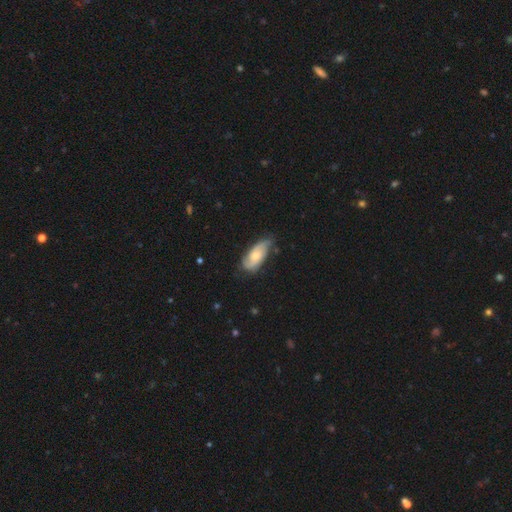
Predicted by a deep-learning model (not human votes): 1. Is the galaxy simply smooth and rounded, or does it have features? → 61% featured or disk, 33% smooth, 6% star or artifact.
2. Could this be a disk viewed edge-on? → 92% no, 8% yes.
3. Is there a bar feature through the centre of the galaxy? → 68% no, 27% weak, 5% strong.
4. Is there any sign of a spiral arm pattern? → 90% yes, 10% no.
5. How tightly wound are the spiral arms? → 42% medium, 34% tight, 24% loose.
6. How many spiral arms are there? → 70% 2, 16% can't tell, 7% 3, 4% 1, 2% 4, 1% more than 4.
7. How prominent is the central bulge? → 51% moderate, 41% small, 4% large, 3% none, 1% dominant.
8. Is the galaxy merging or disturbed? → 64% none, 27% minor disturbance, 7% major disturbance, 2% merger.